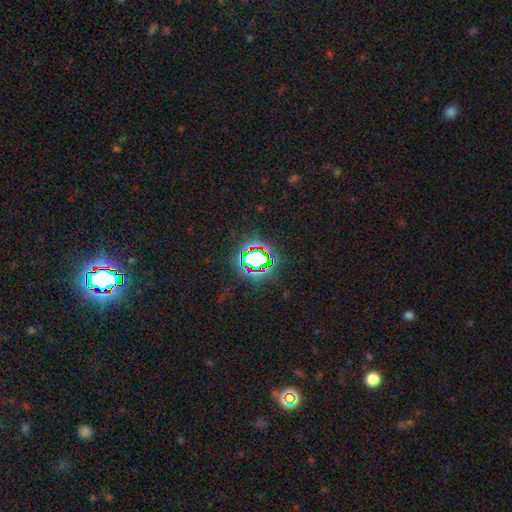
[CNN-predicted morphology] This appears to be a star or artifact, not a galaxy (77%).